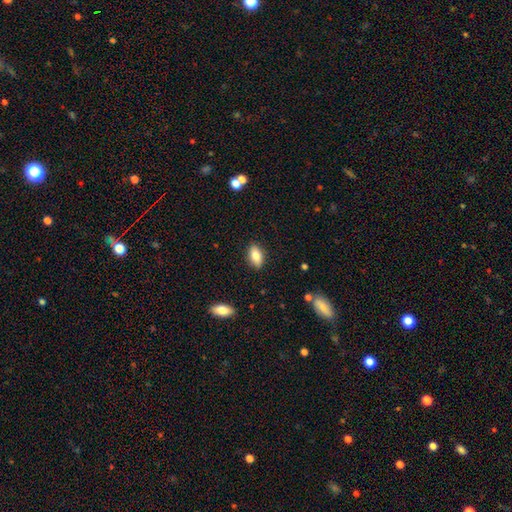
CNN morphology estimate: smooth_or_featured: smooth (p=0.81) [alt: featured or disk p=0.12]
how_rounded: in between (p=0.89) [alt: cigar-shaped p=0.06]
merging: none (p=0.87) [alt: minor disturbance p=0.10]